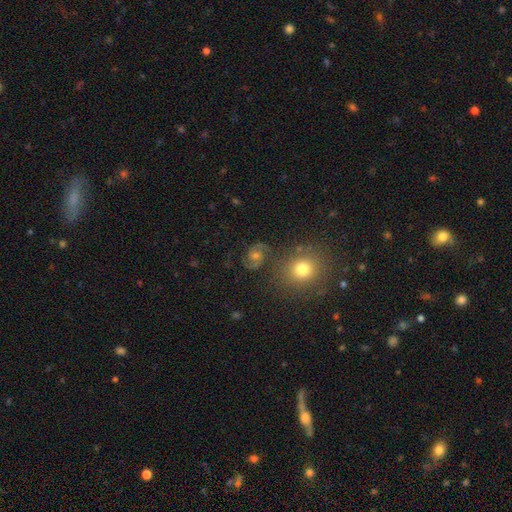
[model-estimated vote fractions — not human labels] smooth_or_featured: featured or disk (p=0.68) [alt: smooth p=0.17]
disk_edge_on: no (p=0.97) [alt: yes p=0.03]
bar: no (p=0.62) [alt: weak p=0.32]
has_spiral_arms: yes (p=0.91) [alt: no p=0.09]
spiral_winding: medium (p=0.57) [alt: tight p=0.24]
spiral_arm_count: 2 (p=0.90) [alt: can't tell p=0.04]
bulge_size: moderate (p=0.53) [alt: small p=0.33]
merging: none (p=0.76) [alt: minor disturbance p=0.13]